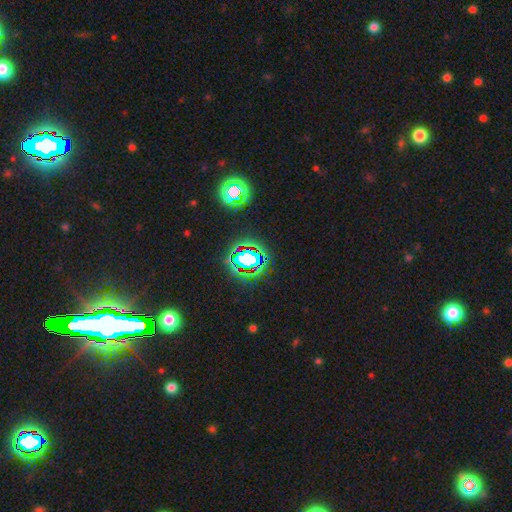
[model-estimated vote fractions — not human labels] star or artifact 80%, smooth 12%, featured or disk 9%.